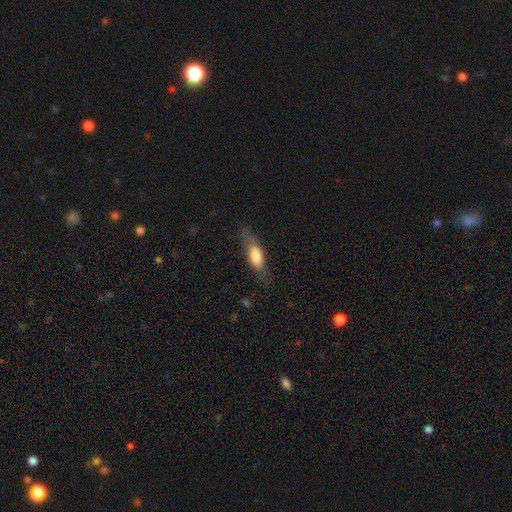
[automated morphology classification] smooth 67%, featured or disk 27%, star or artifact 6%. Down the decision tree: how rounded — in between (60%); merging — none (69%).